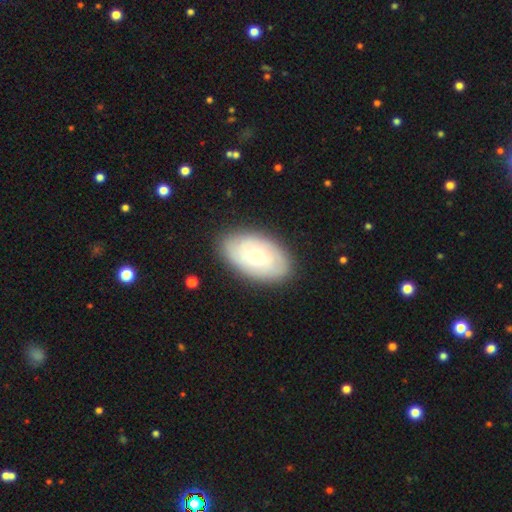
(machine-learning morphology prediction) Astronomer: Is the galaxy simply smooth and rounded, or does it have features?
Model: featured or disk — 49% (runner-up: smooth, 45%).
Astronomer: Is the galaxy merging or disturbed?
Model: none — 84%.